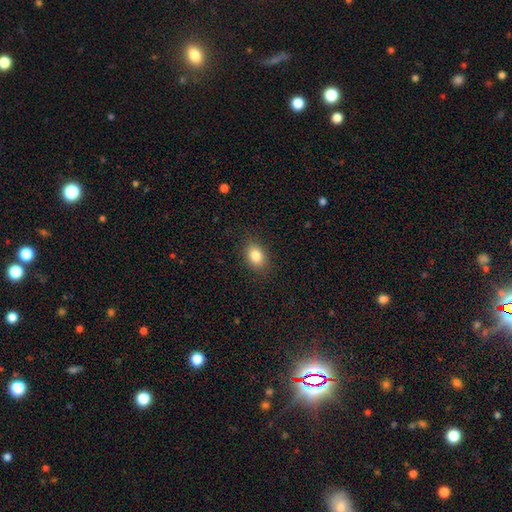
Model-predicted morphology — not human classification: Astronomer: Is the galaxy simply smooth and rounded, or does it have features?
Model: smooth — 84%.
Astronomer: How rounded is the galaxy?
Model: in between — 73%.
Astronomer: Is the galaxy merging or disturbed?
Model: none — 87%.